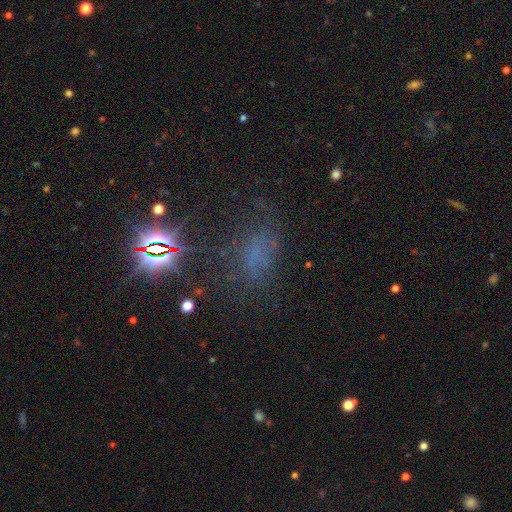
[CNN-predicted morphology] Overall: star or artifact (44%; smooth 35%).